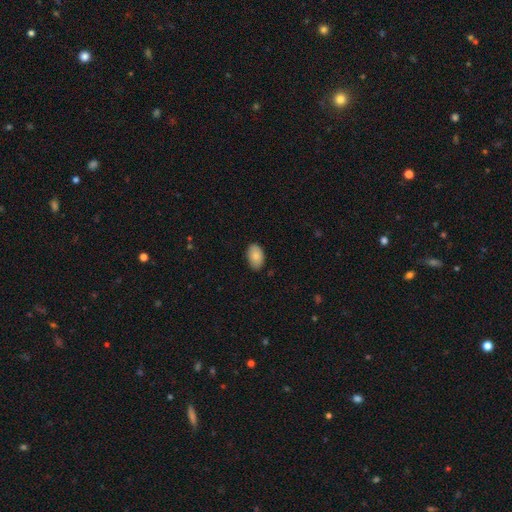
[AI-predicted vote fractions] This is clearly a smooth galaxy (86%). How rounded: clearly in between (93%). Merging: clearly none (85%).